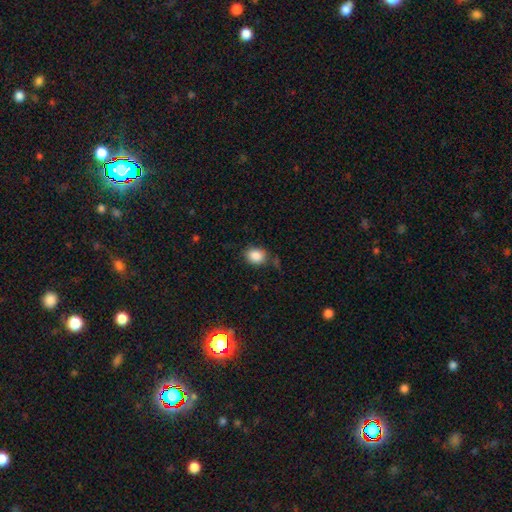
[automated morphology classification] This is clearly a smooth galaxy (87%). How rounded: possibly round (52%). Merging: likely none (75%).